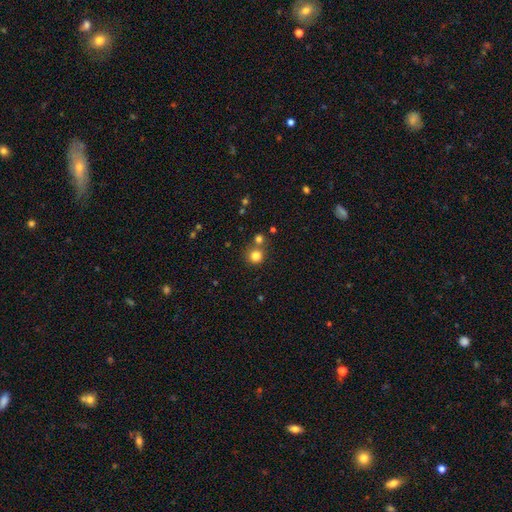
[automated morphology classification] smooth 81%, star or artifact 13%, featured or disk 6%. Down the decision tree: how rounded — round (92%); merging — none (67%).